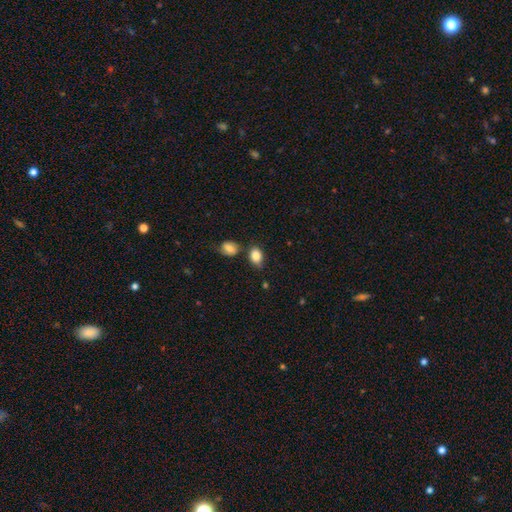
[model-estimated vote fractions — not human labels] A smooth galaxy with no disk features (85%) that is in between round and cigar-shaped (76%).

Vote fractions:
- Smooth or featured? smooth: 85% / star or artifact: 8% / featured or disk: 7%
- How rounded? in between: 76% / round: 23% / cigar-shaped: 1%
- Merging? none: 67% / minor disturbance: 17% / merger: 11% / major disturbance: 4%